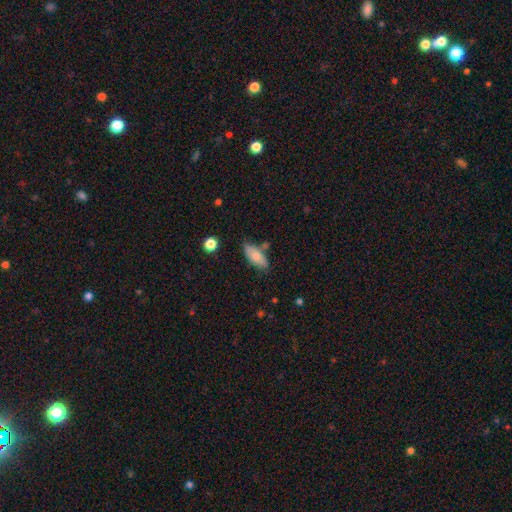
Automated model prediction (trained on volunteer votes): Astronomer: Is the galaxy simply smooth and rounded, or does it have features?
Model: smooth — 79%.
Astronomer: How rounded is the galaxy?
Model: in between — 81%.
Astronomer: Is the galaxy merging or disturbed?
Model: none — 71%.